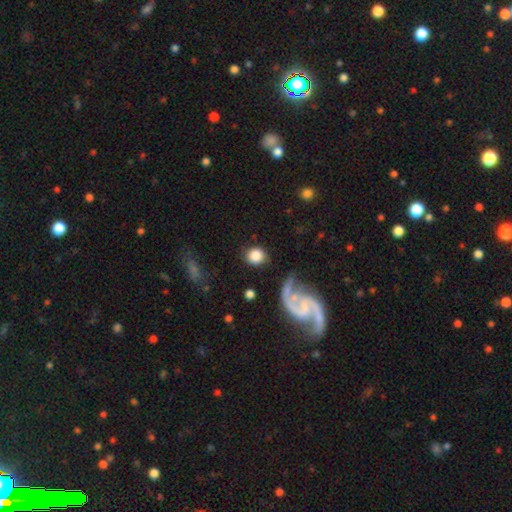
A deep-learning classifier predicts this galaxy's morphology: The model was most divided on "smooth or featured": smooth: 75%, featured or disk: 17%, star or artifact: 8%. More confident: how rounded — round (85%); merging — none (78%).